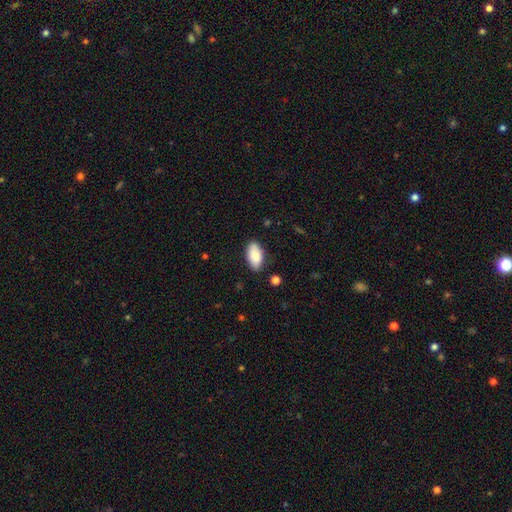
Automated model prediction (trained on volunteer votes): Overall: smooth (84%). How rounded: in between (94%). Merging: none (82%).